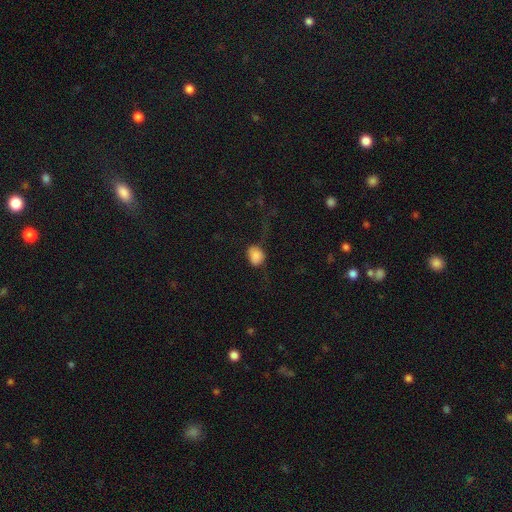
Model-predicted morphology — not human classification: This is likely a smooth galaxy (79%). How rounded: possibly in between (51%). Merging: marginally none (40%).